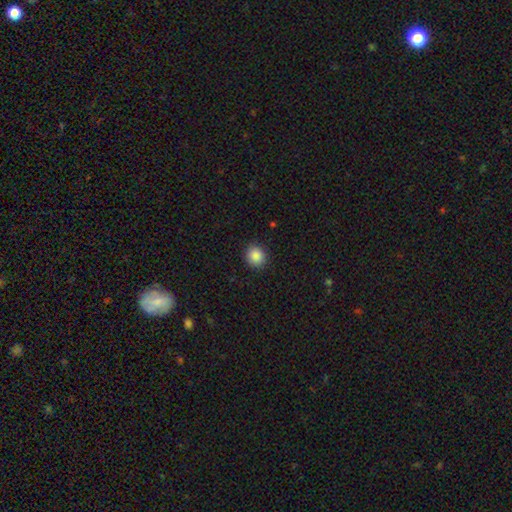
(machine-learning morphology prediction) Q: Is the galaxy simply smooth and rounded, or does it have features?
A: smooth — 88%.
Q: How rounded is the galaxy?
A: round — 83%.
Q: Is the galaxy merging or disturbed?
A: none — 90%.